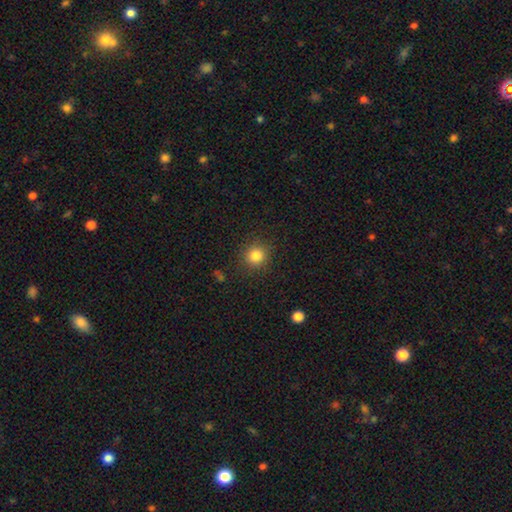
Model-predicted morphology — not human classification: A smooth galaxy with no disk features (83%) that is round (91%).

Vote fractions:
- Smooth or featured? smooth: 83% / star or artifact: 12% / featured or disk: 5%
- How rounded? round: 91% / in between: 8% / cigar-shaped: 1%
- Merging? none: 89% / minor disturbance: 7% / major disturbance: 3% / merger: 1%